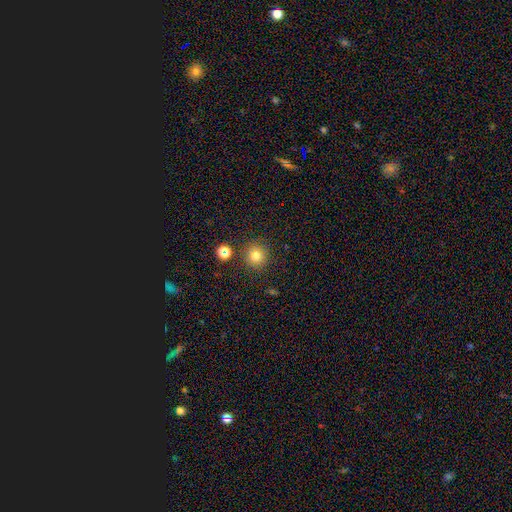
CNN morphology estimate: This is likely a smooth galaxy (80%). How rounded: clearly round (93%). Merging: clearly none (87%).